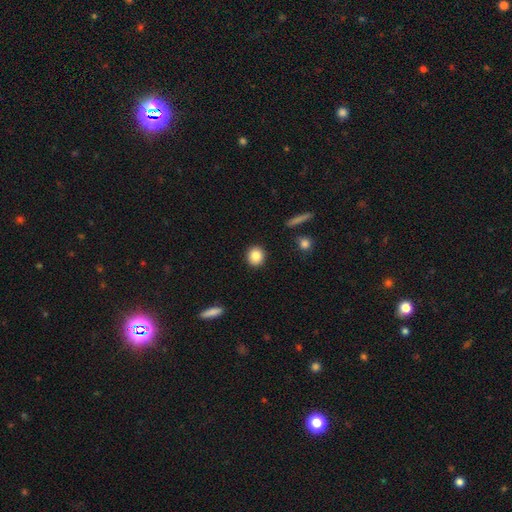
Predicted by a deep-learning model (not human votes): Smooth or featured? smooth (84%)
How rounded? round (88%)
Merging? none (92%)